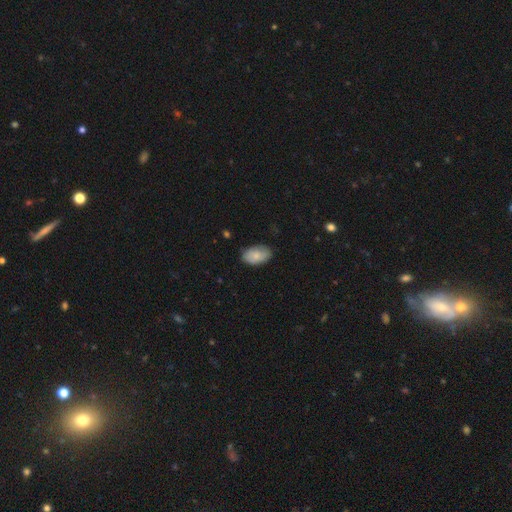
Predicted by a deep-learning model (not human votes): smooth-or-featured: smooth: 80% | featured or disk: 14% | star or artifact: 6%
  how-rounded: in between: 93% | round: 5% | cigar-shaped: 1%
  merging: none: 80% | minor disturbance: 16% | major disturbance: 3% | merger: 1%